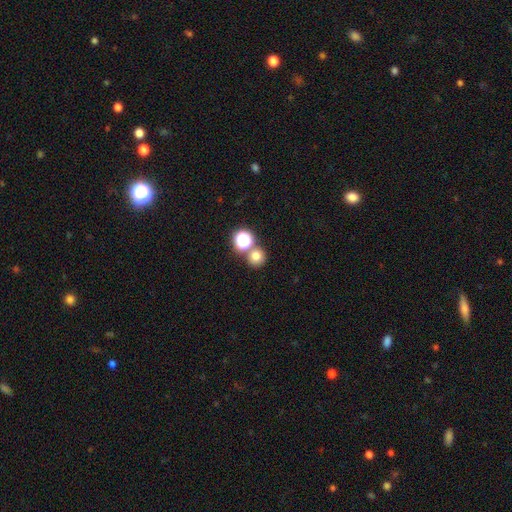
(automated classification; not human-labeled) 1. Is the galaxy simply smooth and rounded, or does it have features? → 73% smooth, 19% star or artifact, 8% featured or disk.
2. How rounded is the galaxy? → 89% round, 10% in between, 1% cigar-shaped.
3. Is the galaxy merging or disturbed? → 65% none, 25% merger, 7% minor disturbance, 3% major disturbance.